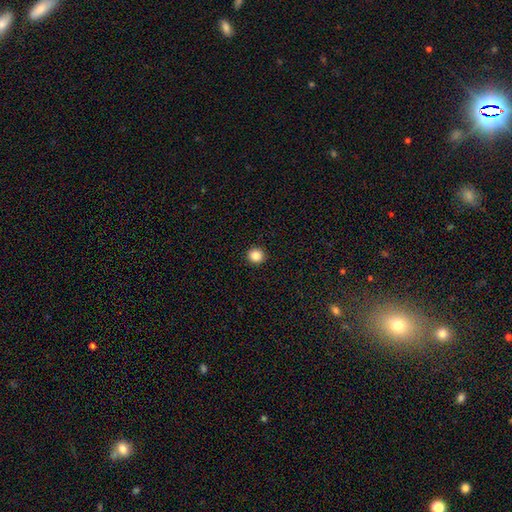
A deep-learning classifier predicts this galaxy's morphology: smooth 86%, star or artifact 10%, featured or disk 4%. Down the decision tree: how rounded — round (93%); merging — none (94%).